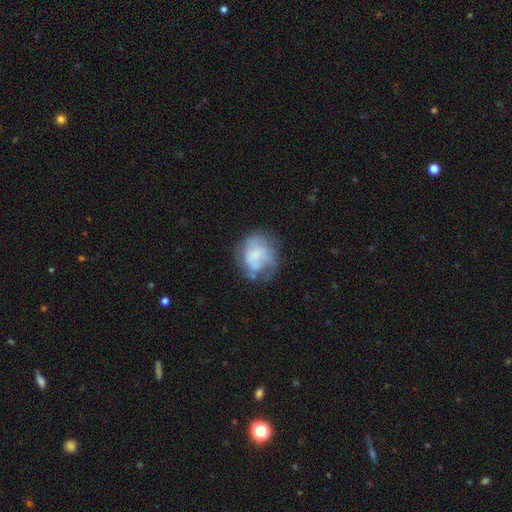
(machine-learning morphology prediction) smooth_or_featured: smooth (p=0.47) [alt: featured or disk p=0.44]
merging: none (p=0.46) [alt: minor disturbance p=0.27]